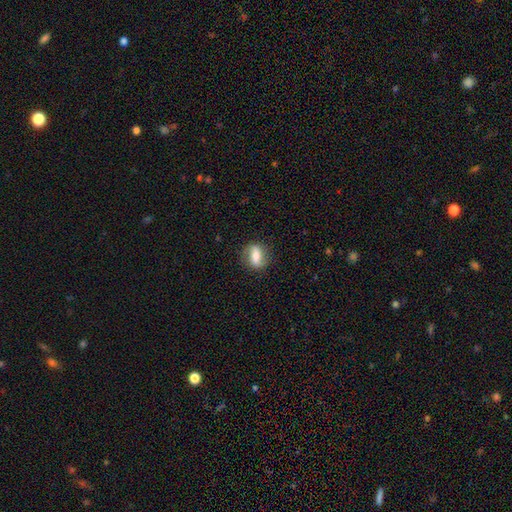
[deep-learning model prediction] Q: Smooth or featured?
A: smooth (48%); runner-up: featured or disk (45%)
Q: Merging?
A: none (83%); runner-up: minor disturbance (12%)